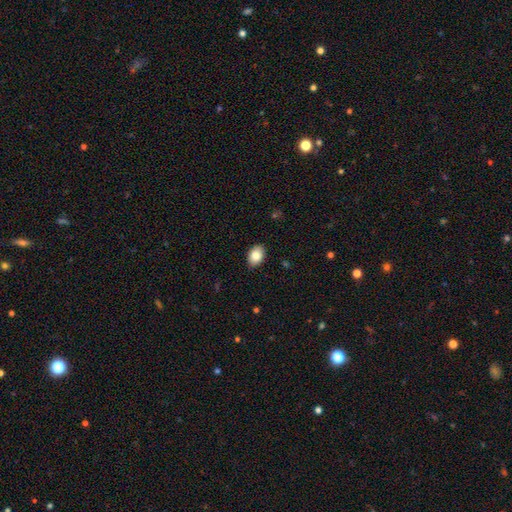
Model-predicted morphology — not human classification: Smooth or featured: smooth — 85% (featured or disk — 8%)
How rounded: in between — 84% (round — 15%)
Merging: none — 88% (minor disturbance — 9%)